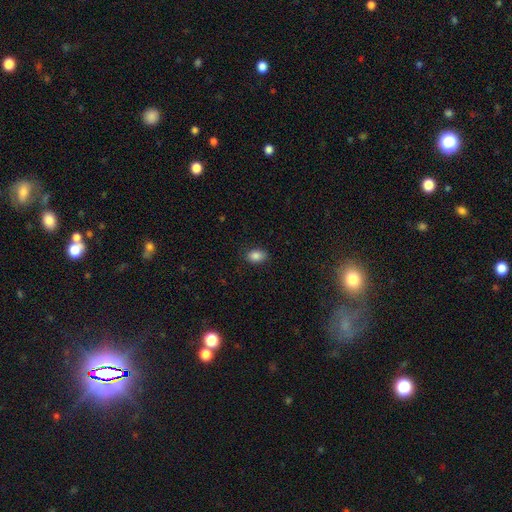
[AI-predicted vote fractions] Overall: smooth (85%). How rounded: in between (81%). Merging: none (83%).